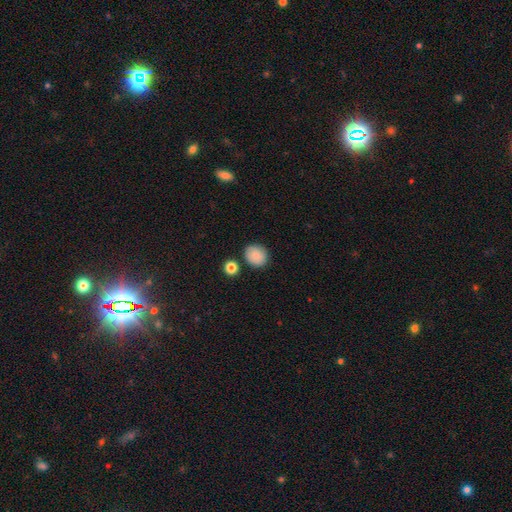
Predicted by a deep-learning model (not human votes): Smooth or featured?
  - smooth: 87% *
  - star or artifact: 8%
  - featured or disk: 5%
How rounded?
  - round: 74% *
  - in between: 25%
  - cigar-shaped: 1%
Merging?
  - none: 83% *
  - minor disturbance: 11%
  - merger: 4%
  - major disturbance: 3%